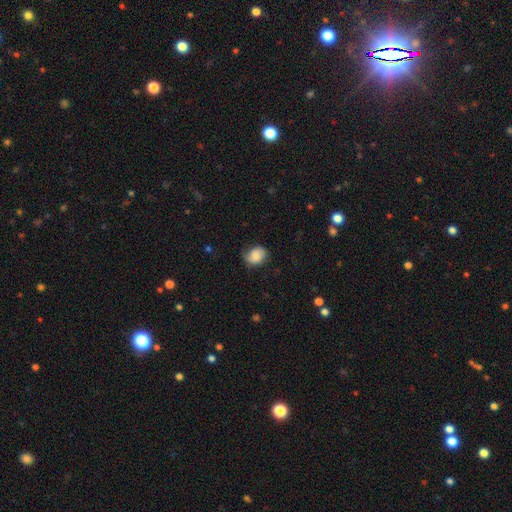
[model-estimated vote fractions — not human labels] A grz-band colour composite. It shows a smooth galaxy with no disk features (68%) that is round (52%). Merging: none (67%).